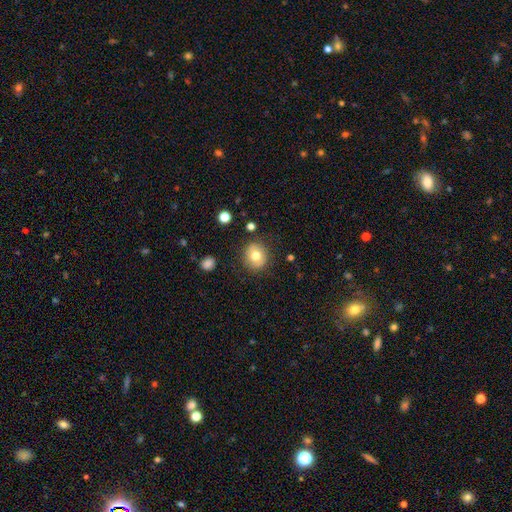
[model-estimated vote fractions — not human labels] Smooth or featured? Predicted: smooth (p=0.73). How rounded? Predicted: round (p=0.82). Merging? Predicted: none (p=0.85).